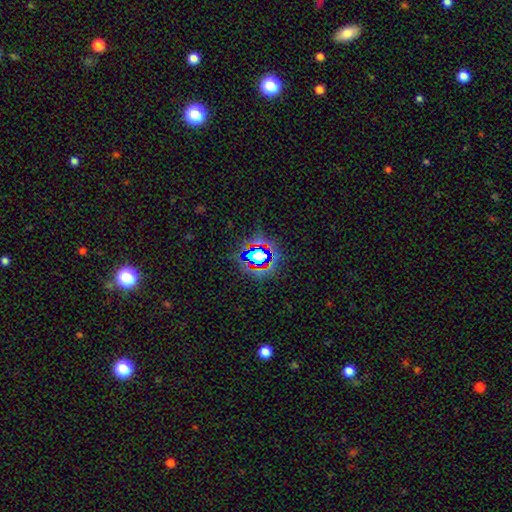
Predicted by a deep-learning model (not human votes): star or artifact 64%, smooth 23%, featured or disk 13%.